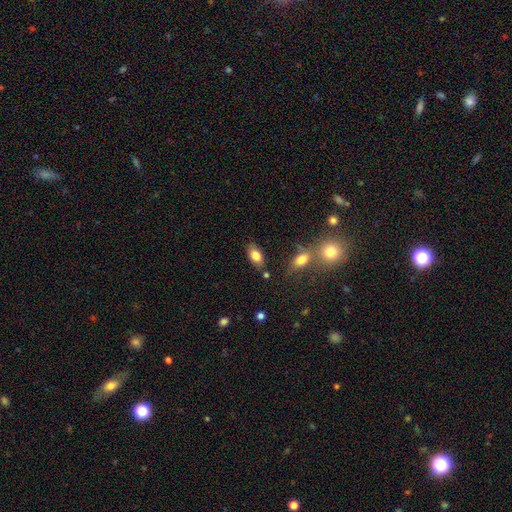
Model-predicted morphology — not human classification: A smooth galaxy with no disk features (81%) that is in between round and cigar-shaped (90%). Merging: none (79%).